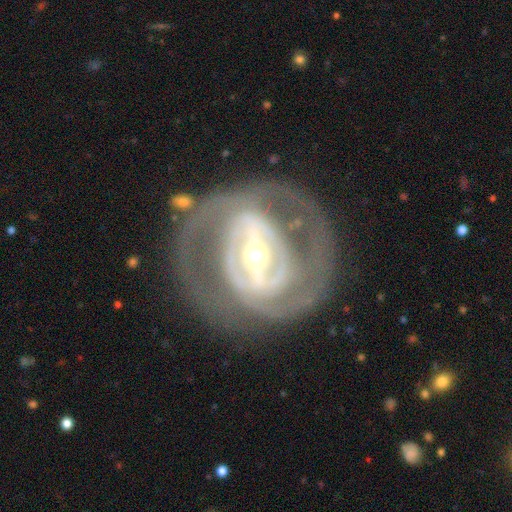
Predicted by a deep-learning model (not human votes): Smooth or featured? Predicted: featured or disk (p=0.86). Edge-on disk? Predicted: no (p=0.94). Bar? Predicted: strong (p=0.65). Spiral arms? Predicted: yes (p=0.76). Spiral winding? Predicted: tight (p=0.57). Spiral arm count? Predicted: 2 (p=0.54). Bulge size? Predicted: moderate (p=0.48). Merging? Predicted: none (p=0.71).